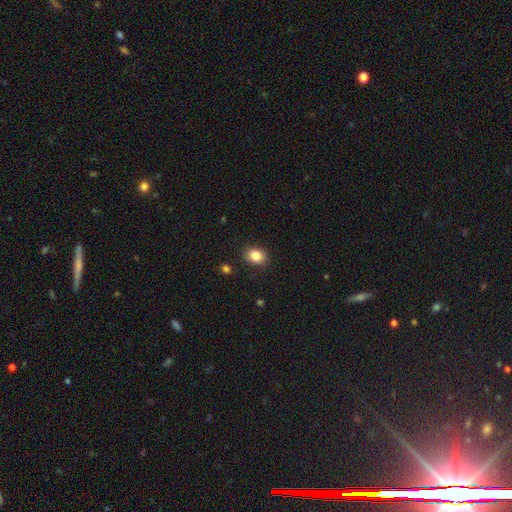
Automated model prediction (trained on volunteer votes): A smooth galaxy with no disk features (84%) that is in between round and cigar-shaped (57%).

Vote fractions:
- Smooth or featured? smooth: 84% / star or artifact: 9% / featured or disk: 6%
- How rounded? in between: 57% / round: 42% / cigar-shaped: 1%
- Merging? none: 86% / minor disturbance: 10% / major disturbance: 2% / merger: 1%